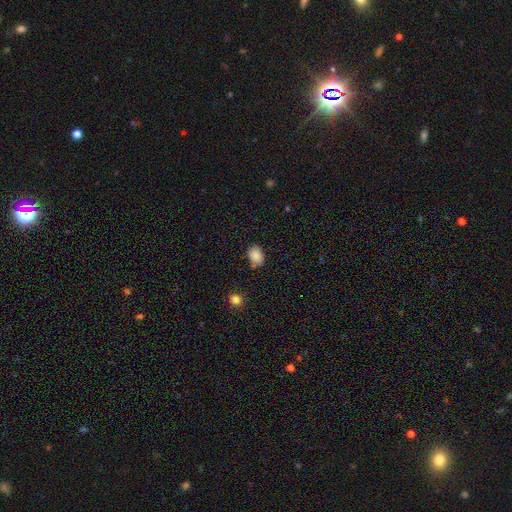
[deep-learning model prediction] The model was most divided on "how rounded": in between: 73%, round: 26%, cigar-shaped: 1%. More confident: smooth or featured — smooth (87%); merging — none (76%).